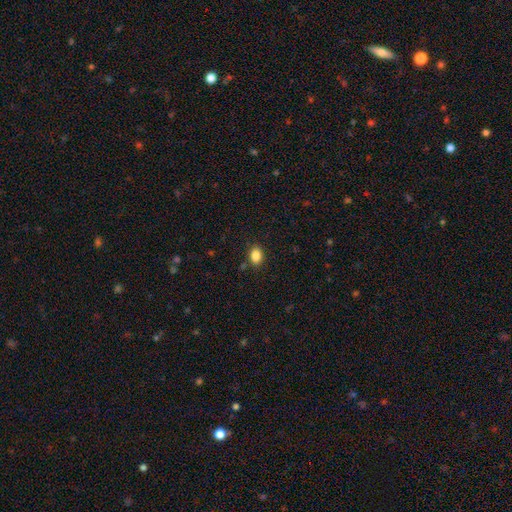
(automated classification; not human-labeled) A smooth galaxy with no disk features (86%) that is in between round and cigar-shaped (77%).

Vote fractions:
- Smooth or featured? smooth: 86% / star or artifact: 9% / featured or disk: 4%
- How rounded? in between: 77% / round: 22% / cigar-shaped: 1%
- Merging? none: 85% / minor disturbance: 10% / major disturbance: 3% / merger: 2%